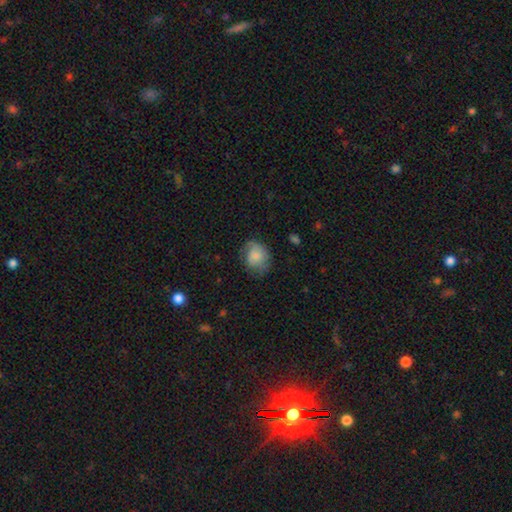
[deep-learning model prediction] Overall: smooth (75%). How rounded: round (55%; in between 44%). Merging: none (60%; minor disturbance 28%).